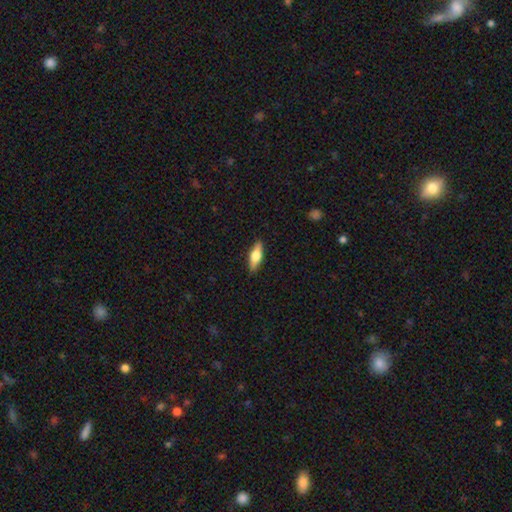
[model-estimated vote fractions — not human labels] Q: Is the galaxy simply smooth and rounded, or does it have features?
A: smooth — 56%.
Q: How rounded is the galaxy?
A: in between — 59%.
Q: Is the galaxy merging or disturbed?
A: none — 88%.